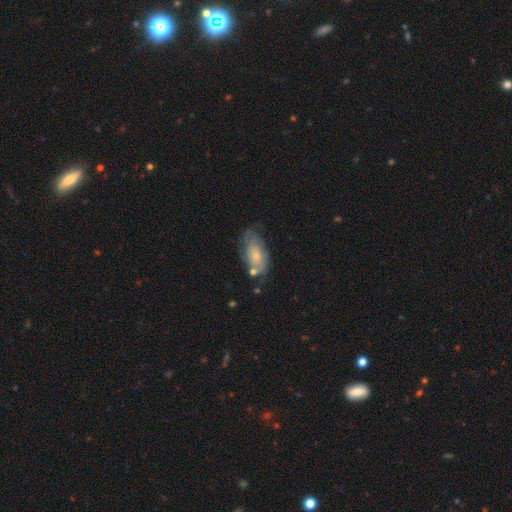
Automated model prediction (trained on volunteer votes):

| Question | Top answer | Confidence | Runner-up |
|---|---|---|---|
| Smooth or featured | smooth | 53% | featured or disk (40%) |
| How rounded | in between | 90% | cigar-shaped (6%) |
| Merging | none | 52% | minor disturbance (29%) |